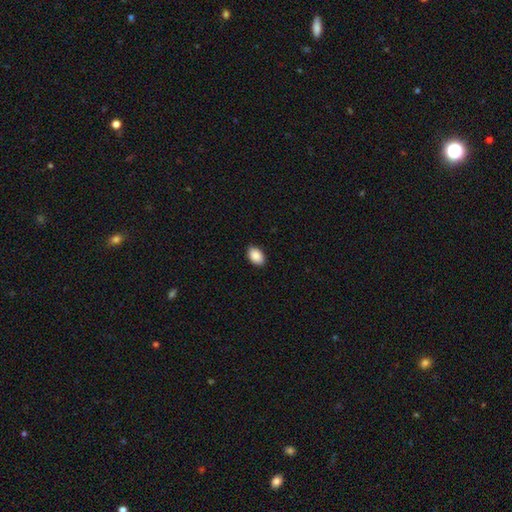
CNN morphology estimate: A smooth galaxy with no disk features (90%) that is in between round and cigar-shaped (91%). Merging: none (90%).